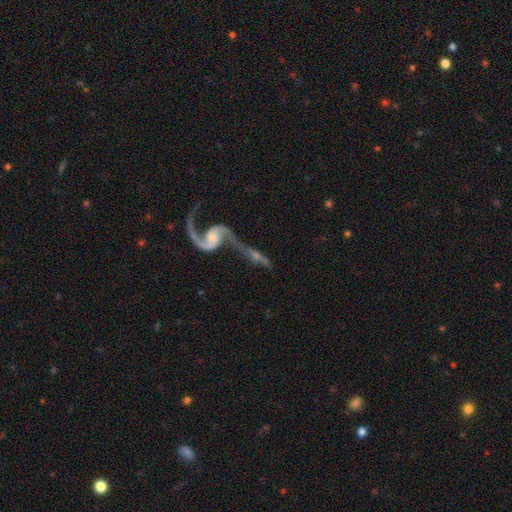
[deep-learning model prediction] A featured or disk galaxy (79%) with no bar (55%), 2 (83%) loose (79%) spiral arms (87%) and a small central bulge (43%). Merging: merger (46%).